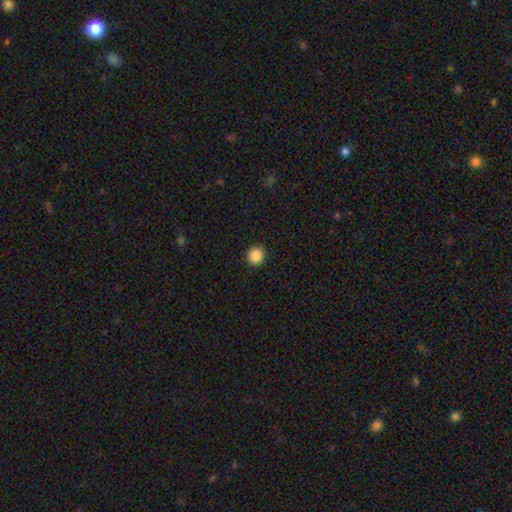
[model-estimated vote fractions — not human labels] This appears to be a smooth galaxy with no disk features (88%) that is round (89%). Merging: none (92%).